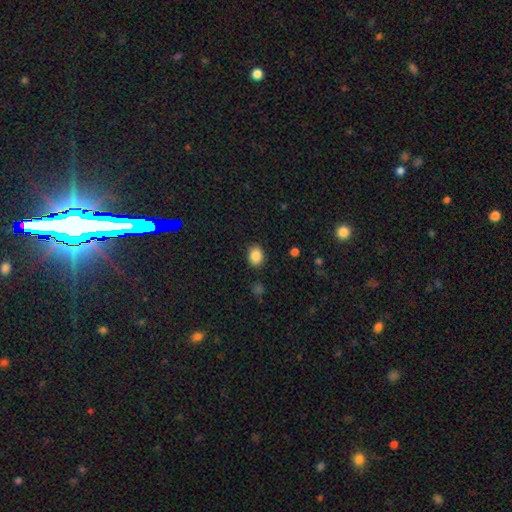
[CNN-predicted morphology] Overall: smooth (86%). How rounded: in between (63%; round 36%). Merging: none (87%).